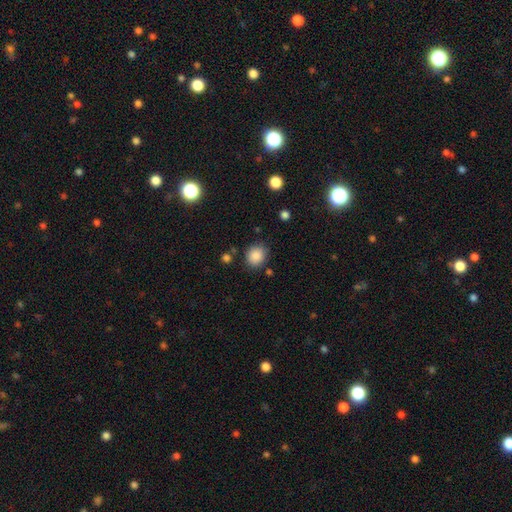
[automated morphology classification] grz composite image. It shows a smooth galaxy with no disk features (87%) that is round (76%). Merging: none (81%).